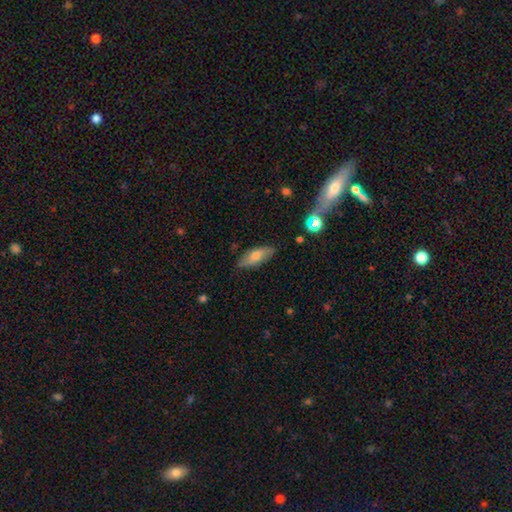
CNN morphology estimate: A smooth galaxy with no disk features (64%) that is in between round and cigar-shaped (69%). Merging: none (83%).